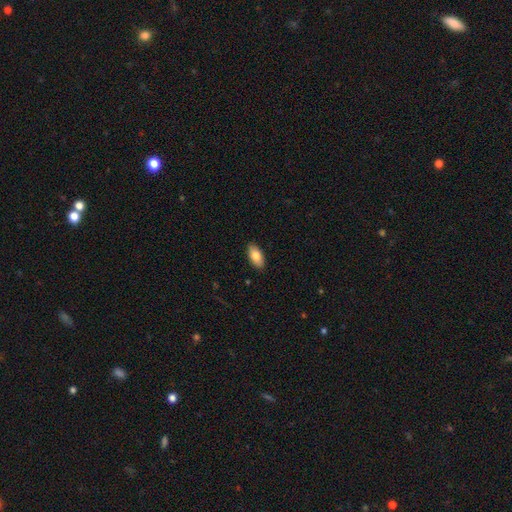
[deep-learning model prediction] This appears to be a smooth galaxy with no disk features (82%) that is in between round and cigar-shaped (92%). Merging: none (89%).